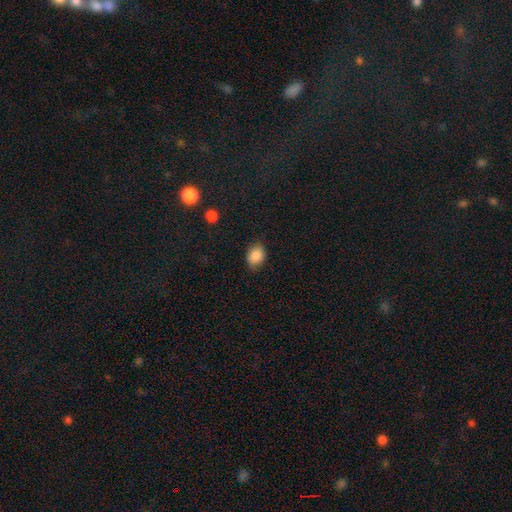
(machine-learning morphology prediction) Q: Smooth or featured?
A: smooth (87%); runner-up: star or artifact (8%)
Q: How rounded?
A: in between (59%); runner-up: round (40%)
Q: Merging?
A: none (77%); runner-up: minor disturbance (18%)